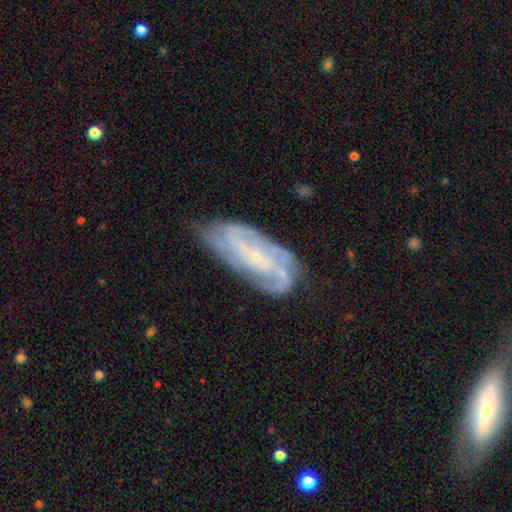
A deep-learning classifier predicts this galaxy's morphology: Smooth or featured? Predicted: featured or disk (p=0.82). Edge-on disk? Predicted: no (p=0.93). Bar? Predicted: no (p=0.59). Spiral arms? Predicted: yes (p=0.93). Spiral winding? Predicted: tight (p=0.54). Spiral arm count? Predicted: can't tell (p=0.30). Bulge size? Predicted: small (p=0.80). Merging? Predicted: none (p=0.62).